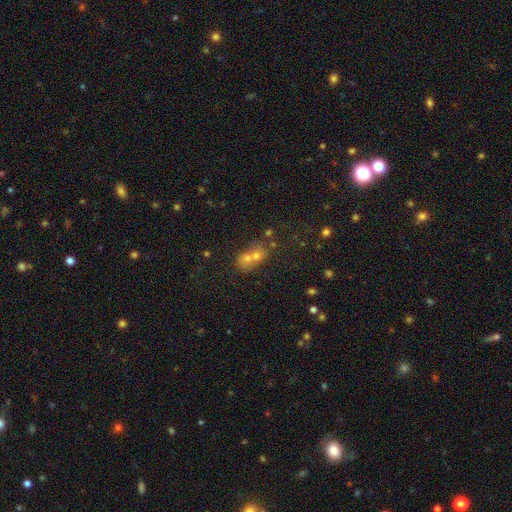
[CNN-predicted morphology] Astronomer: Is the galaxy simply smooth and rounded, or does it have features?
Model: smooth — 54%.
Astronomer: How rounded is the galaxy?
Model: round — 60% (runner-up: in between, 37%).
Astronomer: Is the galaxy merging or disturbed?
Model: merger — 60%.